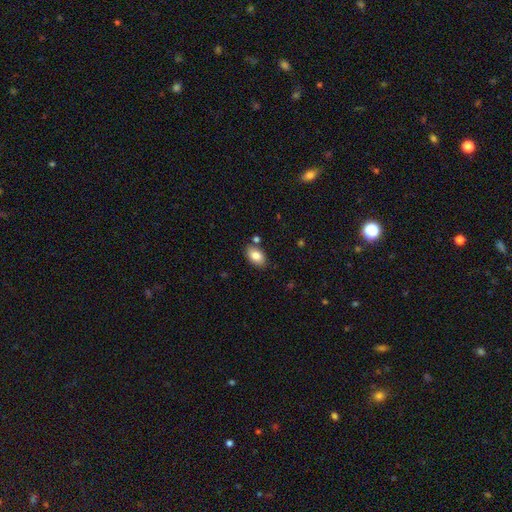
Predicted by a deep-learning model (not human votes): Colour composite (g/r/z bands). It shows a smooth galaxy with no disk features (83%) that is in between round and cigar-shaped (90%). Merging: none (81%).